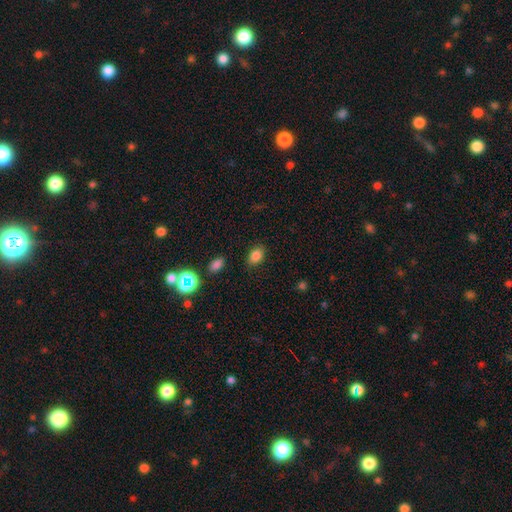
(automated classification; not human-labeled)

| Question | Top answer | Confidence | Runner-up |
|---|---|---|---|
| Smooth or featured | smooth | 82% | star or artifact (12%) |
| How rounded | in between | 79% | round (19%) |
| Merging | none | 83% | minor disturbance (12%) |